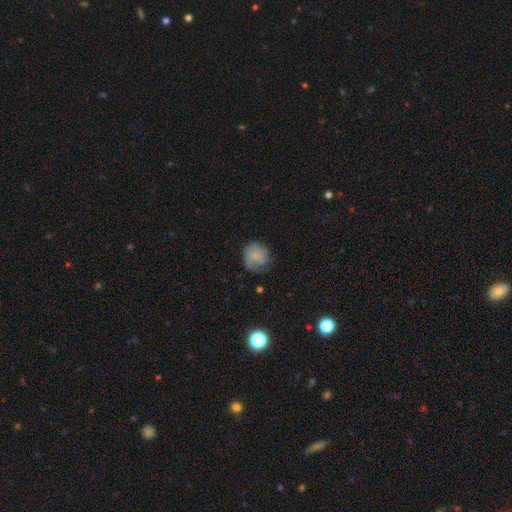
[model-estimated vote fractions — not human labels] smooth 71%, featured or disk 21%, star or artifact 9%. Down the decision tree: how rounded — round (84%); merging — none (57%).